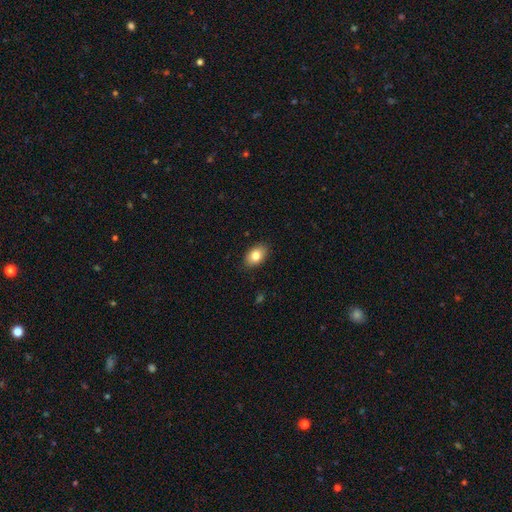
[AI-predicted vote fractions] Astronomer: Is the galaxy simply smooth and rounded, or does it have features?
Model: smooth — 82%.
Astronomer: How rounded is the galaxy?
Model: in between — 87%.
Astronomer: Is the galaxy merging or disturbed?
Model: none — 88%.